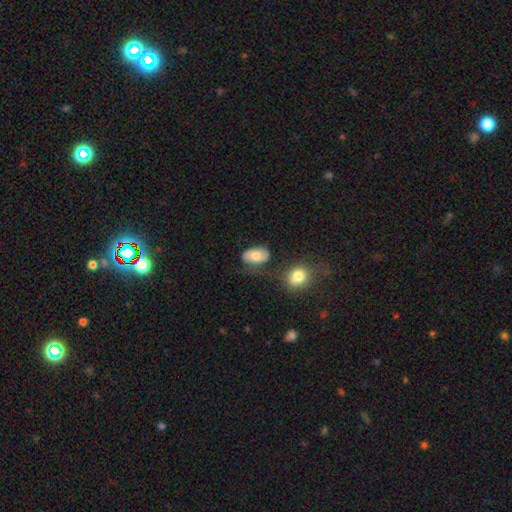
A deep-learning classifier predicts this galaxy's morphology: Overall: smooth (68%). How rounded: in between (88%). Merging: none (57%; minor disturbance 25%).